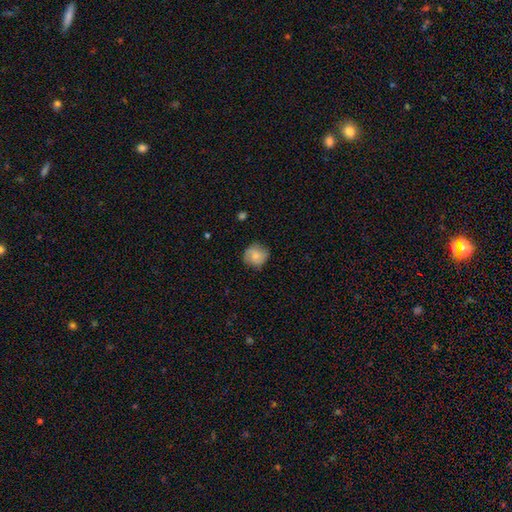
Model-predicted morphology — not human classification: Smooth or featured?
  - smooth: 63% *
  - featured or disk: 30%
  - star or artifact: 7%
How rounded?
  - round: 86% *
  - in between: 13%
  - cigar-shaped: 1%
Merging?
  - none: 78% *
  - minor disturbance: 17%
  - major disturbance: 4%
  - merger: 1%